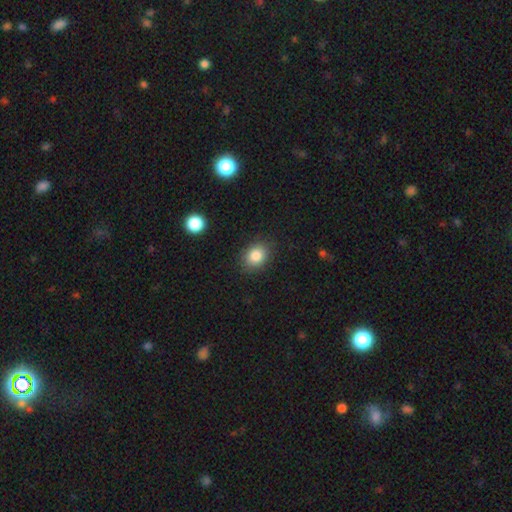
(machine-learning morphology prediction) The model was most divided on "how rounded": in between: 51%, round: 48%, cigar-shaped: 1%. More confident: merging — none (86%); smooth or featured — smooth (84%).